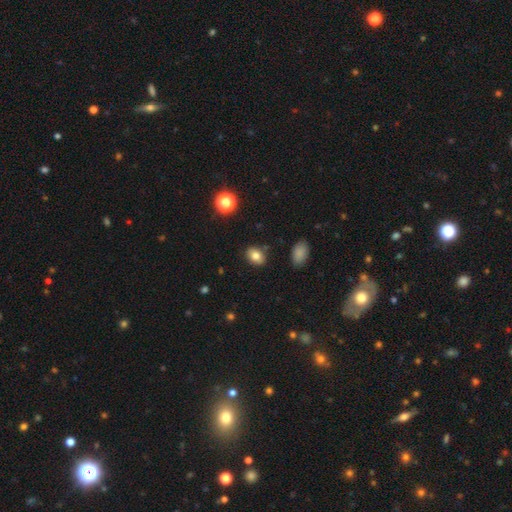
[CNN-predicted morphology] smooth_or_featured: smooth (p=0.81) [alt: star or artifact p=0.10]
how_rounded: in between (p=0.70) [alt: round p=0.29]
merging: none (p=0.84) [alt: minor disturbance p=0.11]